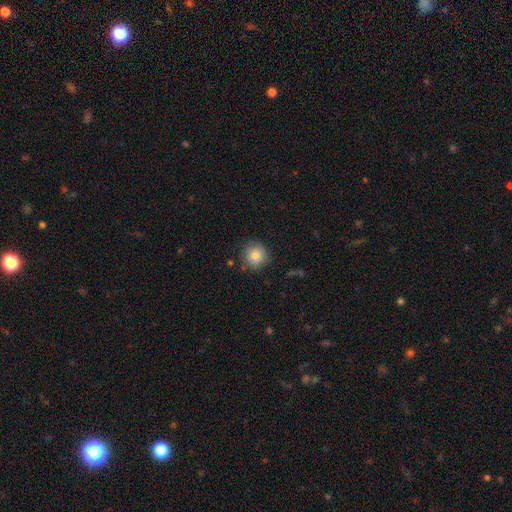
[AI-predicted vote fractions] Q: Smooth or featured?
A: smooth (81%); runner-up: featured or disk (10%)
Q: How rounded?
A: round (93%); runner-up: in between (6%)
Q: Merging?
A: none (81%); runner-up: minor disturbance (13%)